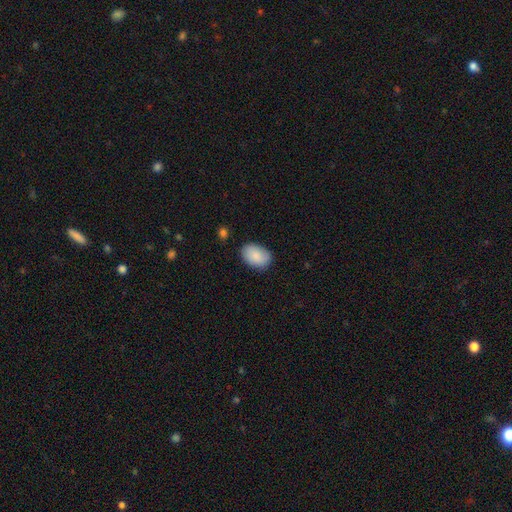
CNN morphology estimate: Smooth or featured: smooth — 86% (featured or disk — 7%)
How rounded: in between — 86% (round — 13%)
Merging: none — 80% (minor disturbance — 15%)